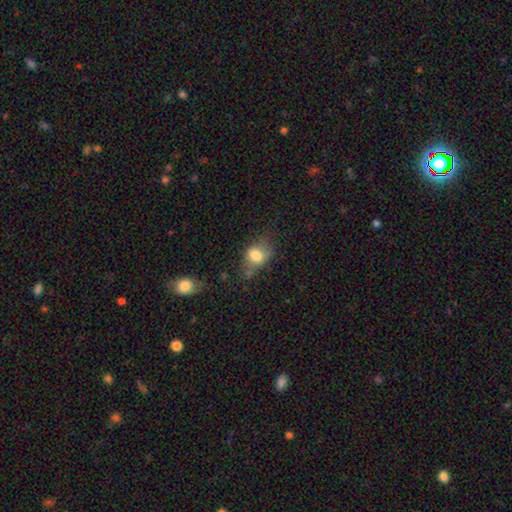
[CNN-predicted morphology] Overall: smooth (76%). How rounded: in between (58%; round 41%). Merging: none (51%; minor disturbance 29%).